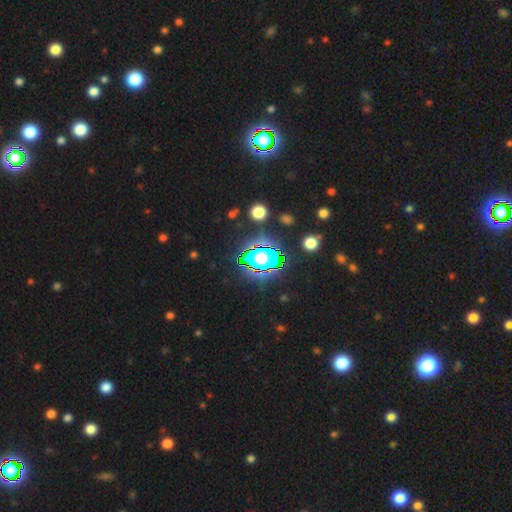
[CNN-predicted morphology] A star or artifact, not a galaxy (74%).

Vote fractions:
- Smooth or featured? star or artifact: 74% / smooth: 16% / featured or disk: 11%